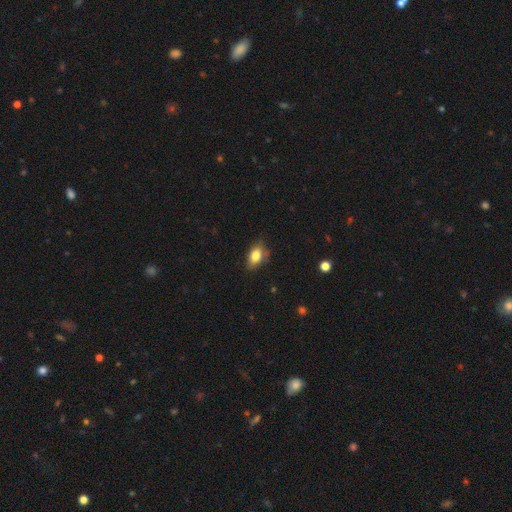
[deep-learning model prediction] This is clearly a smooth galaxy (80%). How rounded: clearly in between (89%). Merging: likely none (67%).